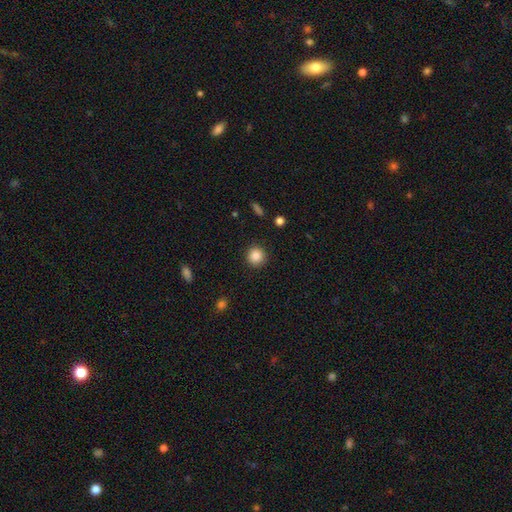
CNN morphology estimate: type=smooth (87%); roundness=round (93%); merging=none (90%).